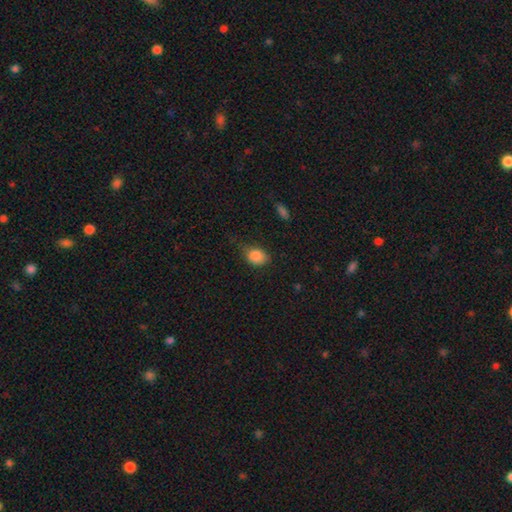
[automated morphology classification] smooth_or_featured: smooth (p=0.86) [alt: star or artifact p=0.09]
how_rounded: in between (p=0.59) [alt: round p=0.40]
merging: none (p=0.55) [alt: minor disturbance p=0.34]